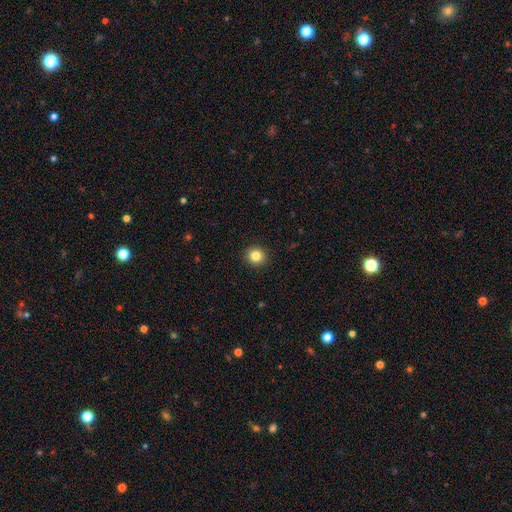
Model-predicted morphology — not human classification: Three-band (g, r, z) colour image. It shows a smooth galaxy with no disk features (83%) that is round (92%). Merging: none (93%).